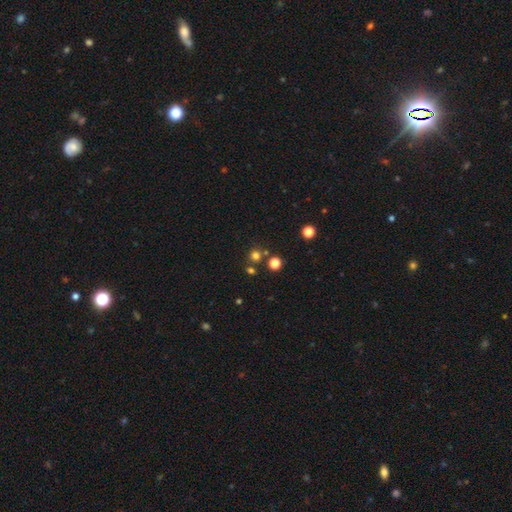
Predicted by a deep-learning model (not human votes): smooth_or_featured: smooth (p=0.71) [alt: star or artifact p=0.23]
how_rounded: round (p=0.91) [alt: in between p=0.08]
merging: none (p=0.76) [alt: merger p=0.14]